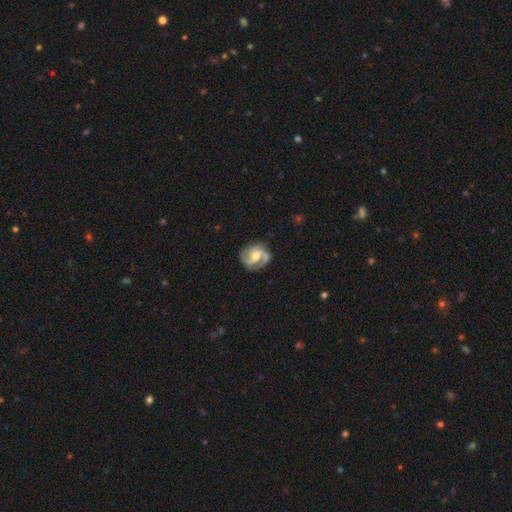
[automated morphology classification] featured or disk 83%, smooth 12%, star or artifact 5%. Down the decision tree: edge-on disk — no (98%); bar — weak (46%); spiral arms — yes (96%); spiral arm count — 2 (59%); spiral winding — medium (50%); bulge size — moderate (58%); merging — none (70%).